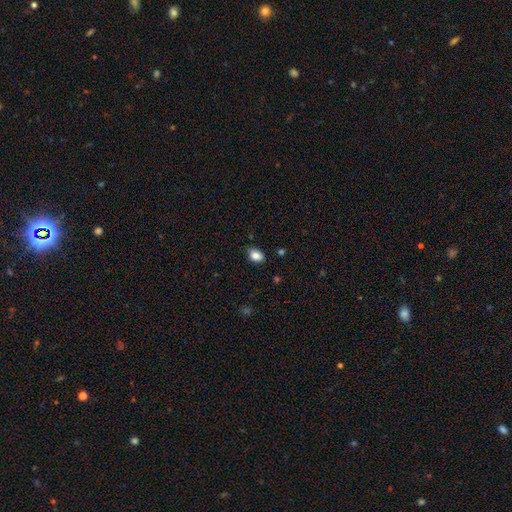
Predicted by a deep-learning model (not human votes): Morphology: type=smooth (86%); roundness=in between (81%); merging=none (84%).